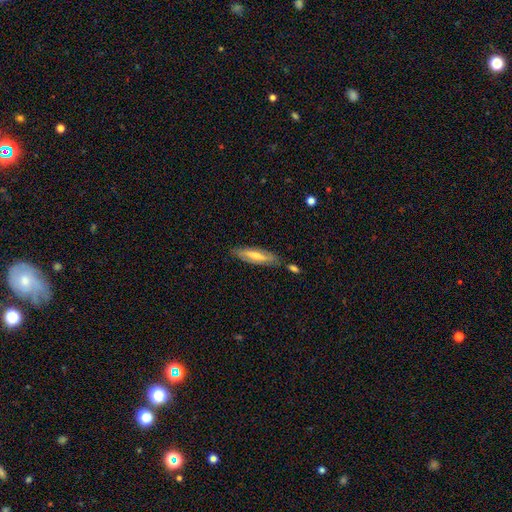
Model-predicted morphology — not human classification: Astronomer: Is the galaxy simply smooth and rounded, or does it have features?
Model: smooth — 48% (runner-up: featured or disk, 46%).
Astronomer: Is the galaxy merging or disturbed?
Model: none — 79%.